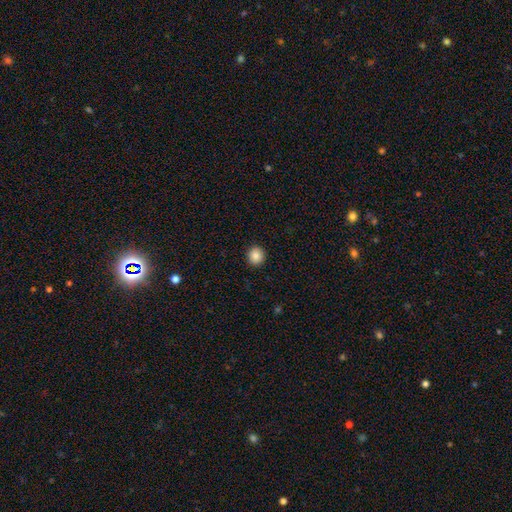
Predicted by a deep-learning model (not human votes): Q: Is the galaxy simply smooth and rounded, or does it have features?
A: smooth — 87%.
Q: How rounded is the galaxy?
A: round — 90%.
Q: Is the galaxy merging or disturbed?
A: none — 92%.